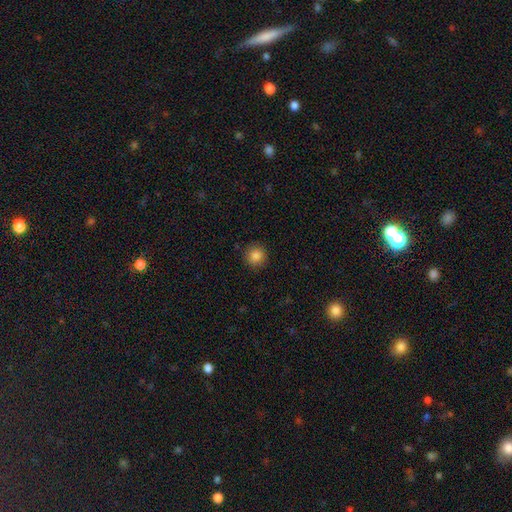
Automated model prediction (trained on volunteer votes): Overall: smooth (85%). How rounded: round (94%). Merging: none (91%).